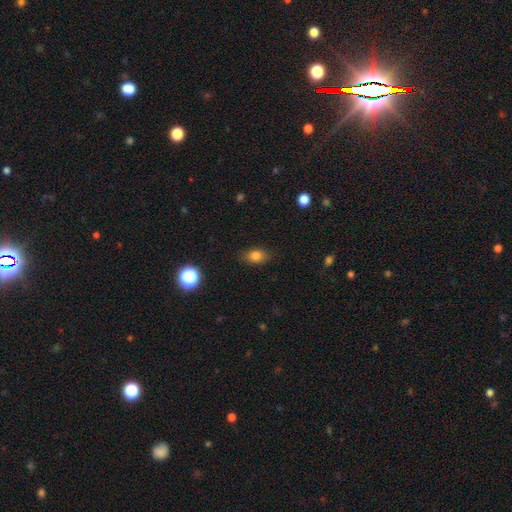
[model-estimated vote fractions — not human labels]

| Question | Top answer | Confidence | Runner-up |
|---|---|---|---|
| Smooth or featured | smooth | 80% | star or artifact (12%) |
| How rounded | in between | 73% | round (24%) |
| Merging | none | 82% | minor disturbance (14%) |